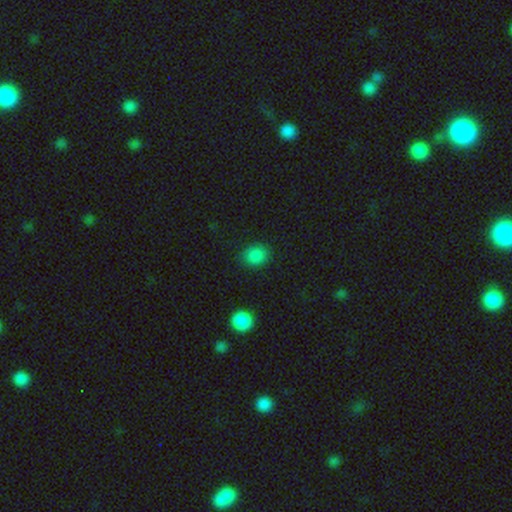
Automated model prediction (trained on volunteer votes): smooth 86%, star or artifact 11%, featured or disk 3%. Down the decision tree: how rounded — round (61%); merging — none (84%).